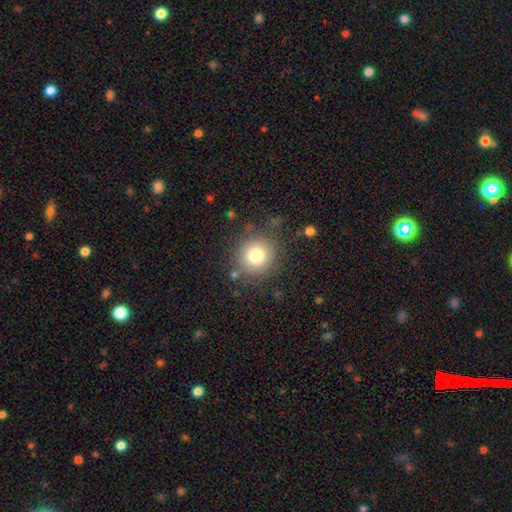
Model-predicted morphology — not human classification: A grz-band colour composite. It shows a smooth galaxy with no disk features (78%) that is round (91%). Merging: none (84%).